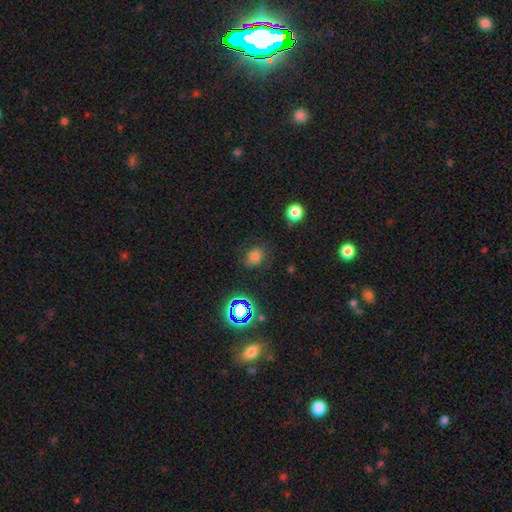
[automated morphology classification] Smooth or featured? smooth (72%)
How rounded? round (58%)
Merging? none (79%)